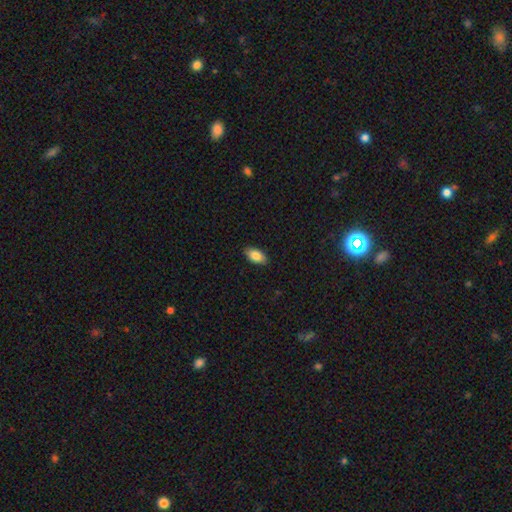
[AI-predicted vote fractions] Smooth or featured? smooth (85%)
How rounded? in between (93%)
Merging? none (88%)